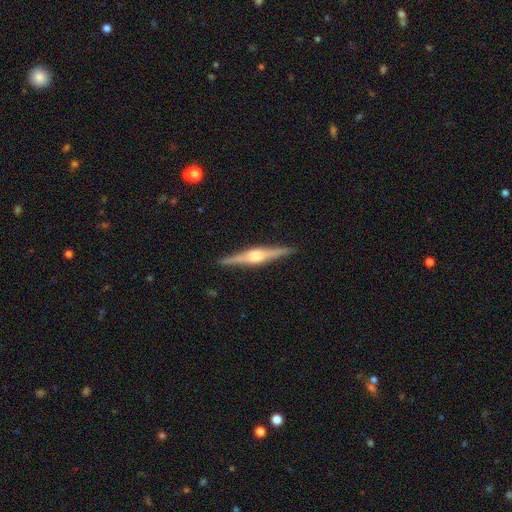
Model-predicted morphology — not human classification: Smooth or featured?
  - featured or disk: 81% *
  - smooth: 14%
  - star or artifact: 5%
Edge-on disk?
  - yes: 98% *
  - no: 2%
Edge-on bulge?
  - rounded: 80% *
  - boxy: 17%
  - none: 3%
Merging?
  - none: 91% *
  - minor disturbance: 7%
  - major disturbance: 1%
  - merger: 1%